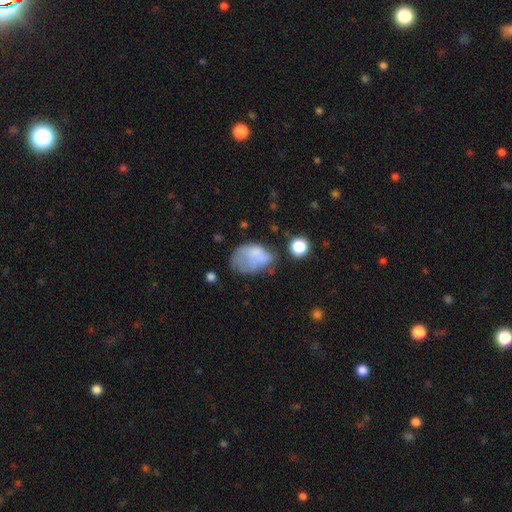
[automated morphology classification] This appears to be a smooth galaxy with no disk features (65%) that is in between round and cigar-shaped (77%). Merging: minor disturbance (32%).